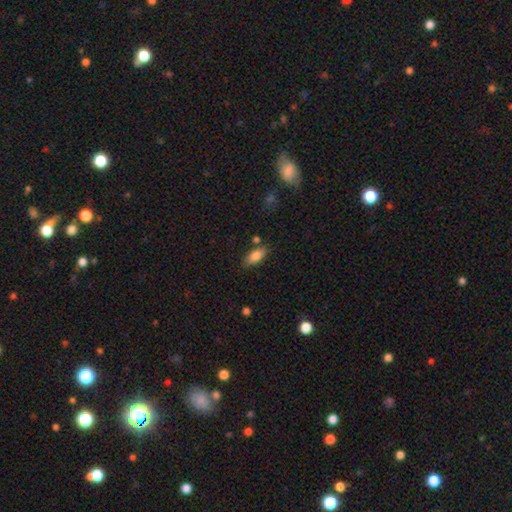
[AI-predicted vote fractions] Smooth or featured? Predicted: smooth (p=0.82). How rounded? Predicted: in between (p=0.85). Merging? Predicted: none (p=0.79).